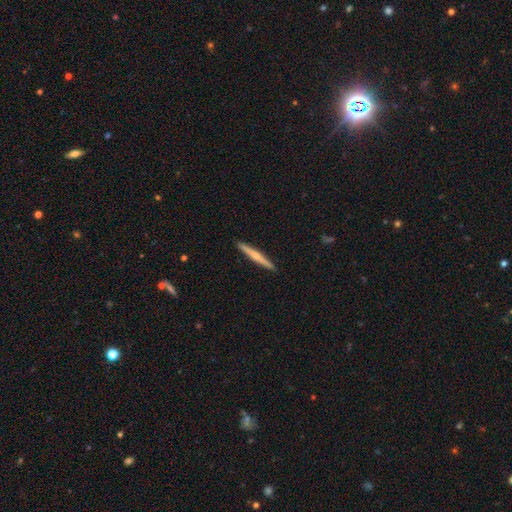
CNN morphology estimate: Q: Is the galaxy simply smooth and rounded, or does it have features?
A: featured or disk — 48%.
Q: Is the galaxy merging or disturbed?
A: none — 93%.